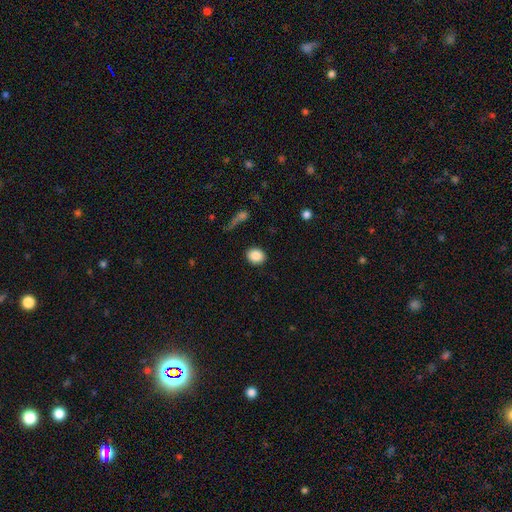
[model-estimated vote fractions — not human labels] A smooth galaxy with no disk features (87%) that is round (63%). Merging: none (87%).